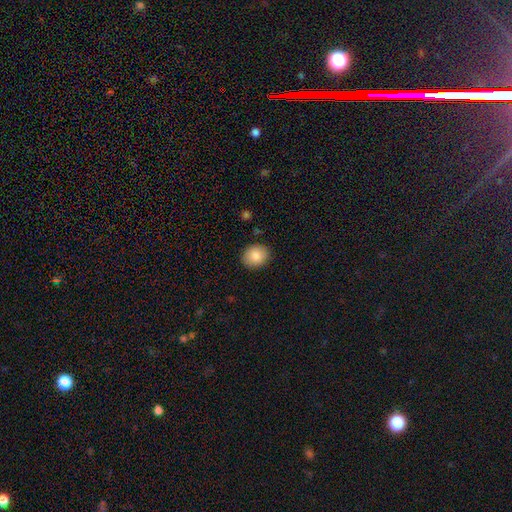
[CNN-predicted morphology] smooth_or_featured: smooth (p=0.86) [alt: star or artifact p=0.08]
how_rounded: round (p=0.61) [alt: in between p=0.38]
merging: none (p=0.88) [alt: minor disturbance p=0.08]